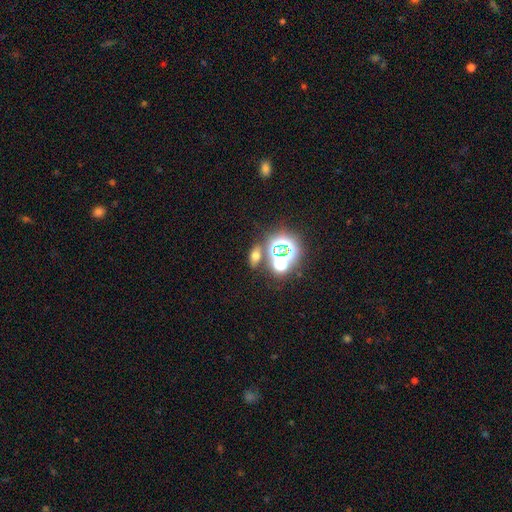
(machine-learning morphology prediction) smooth_or_featured: smooth (p=0.47) [alt: star or artifact p=0.38]
merging: none (p=0.75) [alt: merger p=0.12]